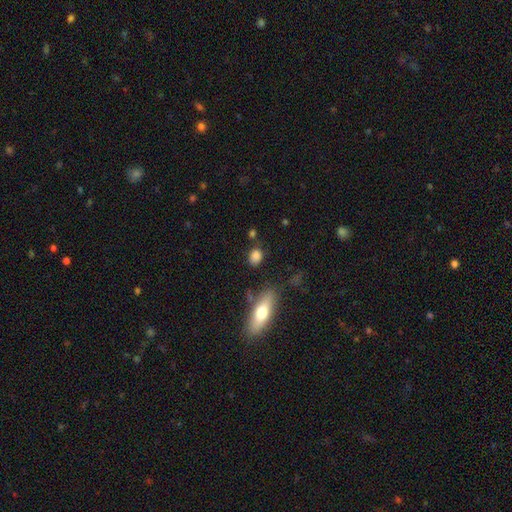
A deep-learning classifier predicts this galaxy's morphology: smooth-or-featured: smooth: 84% | star or artifact: 9% | featured or disk: 7%
  how-rounded: in between: 53% | round: 42% | cigar-shaped: 4%
  merging: none: 78% | minor disturbance: 13% | merger: 5% | major disturbance: 4%